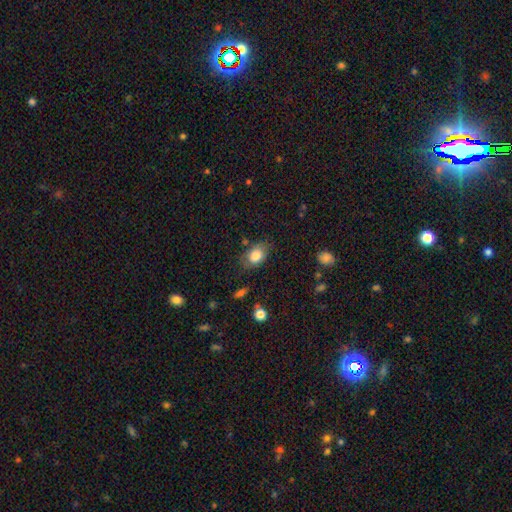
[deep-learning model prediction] Morphology: type=smooth (80%); roundness=in between (83%); merging=none (73%).